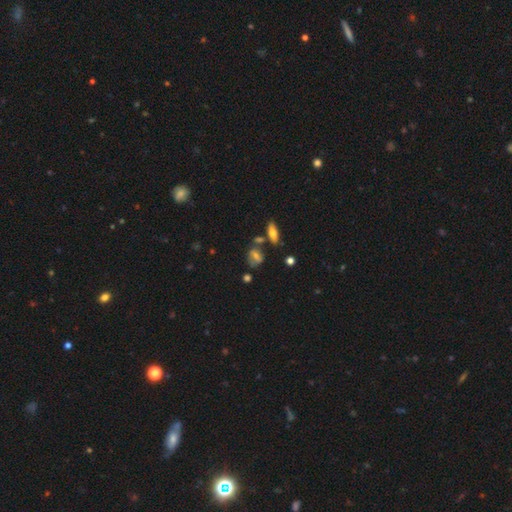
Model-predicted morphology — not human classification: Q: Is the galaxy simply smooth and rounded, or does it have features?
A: smooth — 59%.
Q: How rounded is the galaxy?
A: in between — 64%.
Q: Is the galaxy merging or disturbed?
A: none — 59%.